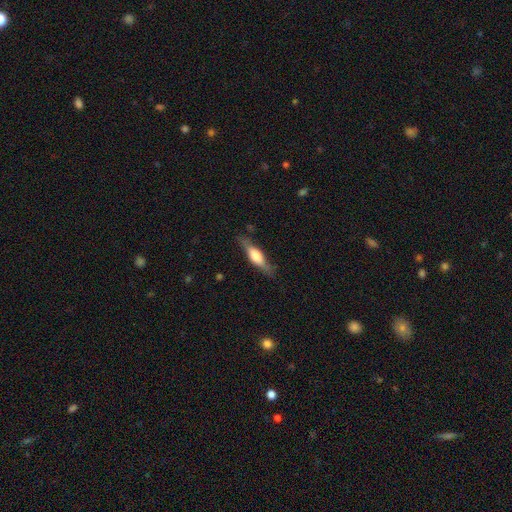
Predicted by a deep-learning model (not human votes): Smooth or featured?
  - featured or disk: 54% *
  - smooth: 40%
  - star or artifact: 6%
Edge-on disk?
  - yes: 92% *
  - no: 8%
Merging?
  - none: 77% *
  - minor disturbance: 17%
  - major disturbance: 5%
  - merger: 2%